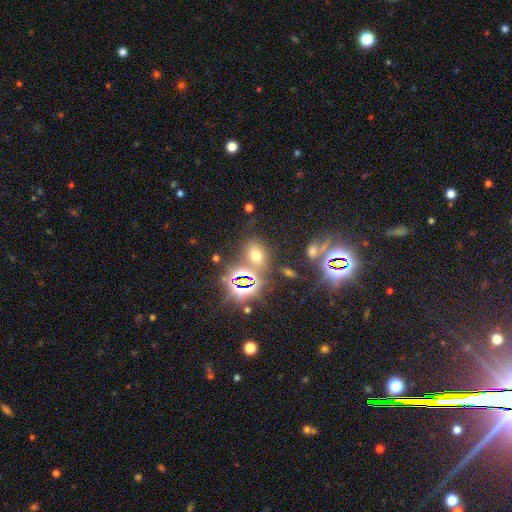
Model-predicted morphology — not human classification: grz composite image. It shows a smooth galaxy with no disk features (51%) that is in between round and cigar-shaped (64%). Merging: none (66%).